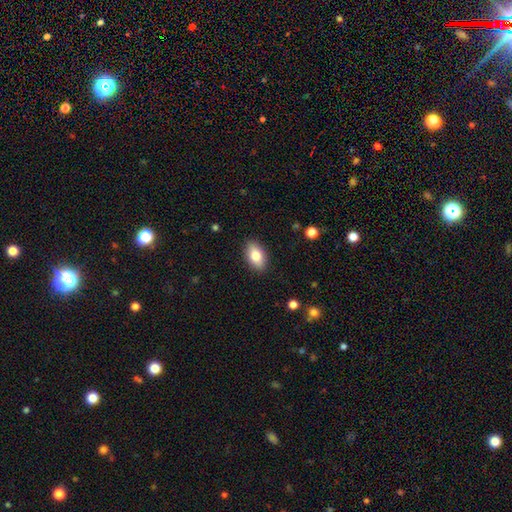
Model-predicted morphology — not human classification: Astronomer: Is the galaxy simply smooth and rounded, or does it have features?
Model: smooth — 80%.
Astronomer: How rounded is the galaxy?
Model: in between — 91%.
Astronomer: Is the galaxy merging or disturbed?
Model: none — 88%.